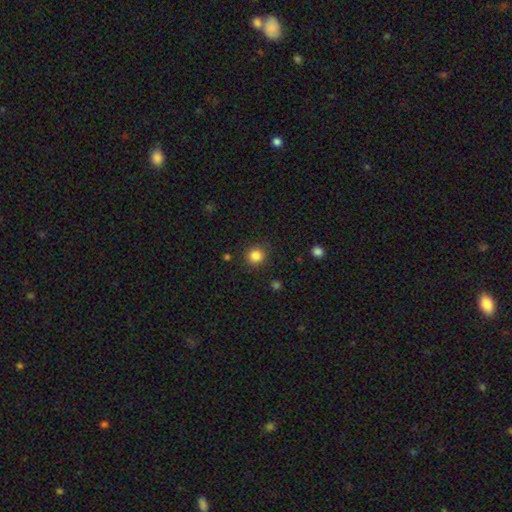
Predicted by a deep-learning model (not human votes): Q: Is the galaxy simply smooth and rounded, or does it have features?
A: smooth — 85%.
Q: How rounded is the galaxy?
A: round — 92%.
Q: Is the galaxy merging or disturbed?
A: none — 89%.